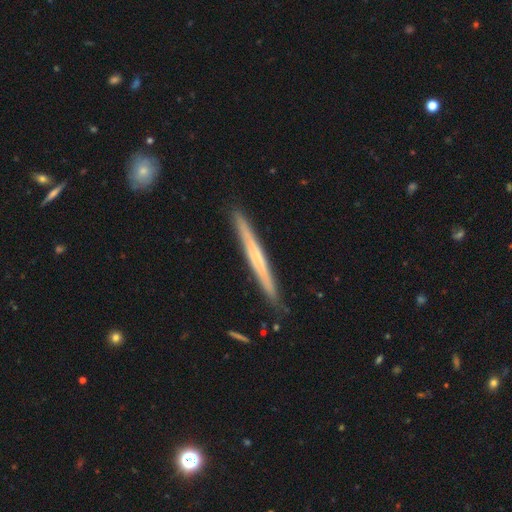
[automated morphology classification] A featured or disk galaxy (58%) viewed edge-on (96%) with no central bulge (69%).

Vote fractions:
- Smooth or featured? featured or disk: 58% / smooth: 36% / star or artifact: 6%
- Edge-on disk? yes: 96% / no: 4%
- Edge-on bulge? none: 69% / rounded: 23% / boxy: 8%
- Merging? none: 89% / minor disturbance: 8% / merger: 1% / major disturbance: 1%